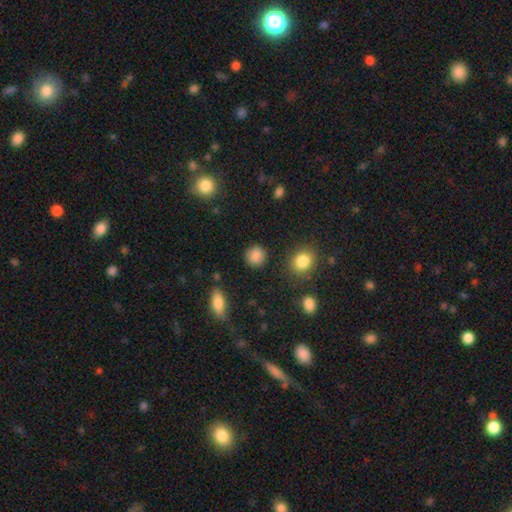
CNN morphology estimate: Smooth or featured? Predicted: smooth (p=0.86). How rounded? Predicted: round (p=0.87). Merging? Predicted: none (p=0.89).